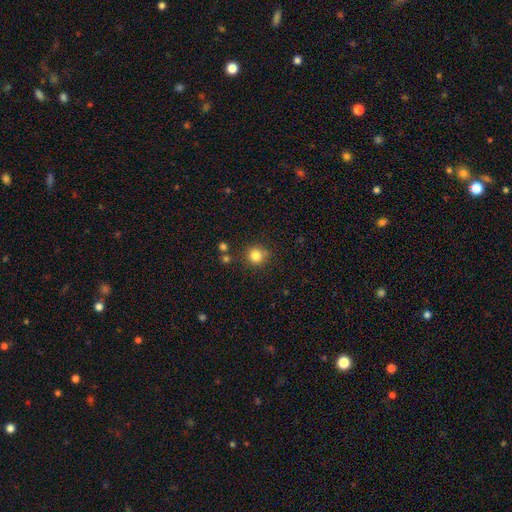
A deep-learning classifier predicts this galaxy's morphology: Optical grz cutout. It shows a smooth galaxy with no disk features (83%) that is round (91%). Merging: none (83%).